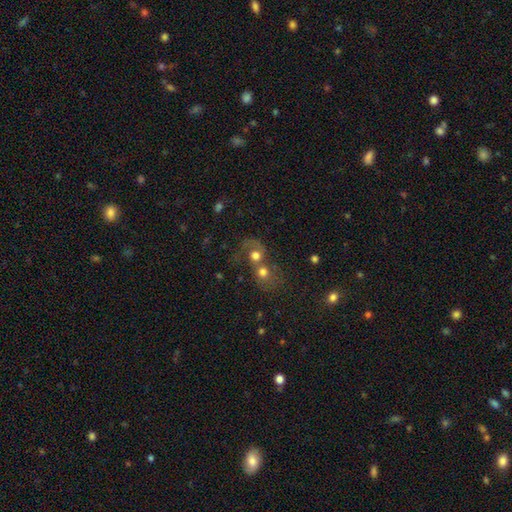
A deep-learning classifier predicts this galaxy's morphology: Smooth or featured? Predicted: smooth (p=0.59). How rounded? Predicted: round (p=0.72). Merging? Predicted: merger (p=0.71).